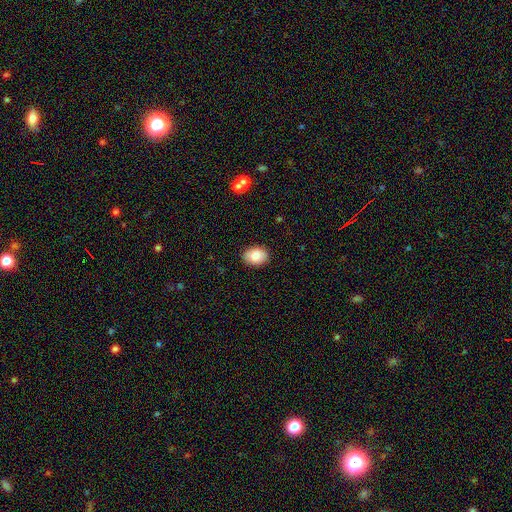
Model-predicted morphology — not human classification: A smooth galaxy with no disk features (85%) that is in between round and cigar-shaped (77%).

Vote fractions:
- Smooth or featured? smooth: 85% / featured or disk: 8% / star or artifact: 7%
- How rounded? in between: 77% / round: 22% / cigar-shaped: 1%
- Merging? none: 88% / minor disturbance: 9% / major disturbance: 2% / merger: 1%